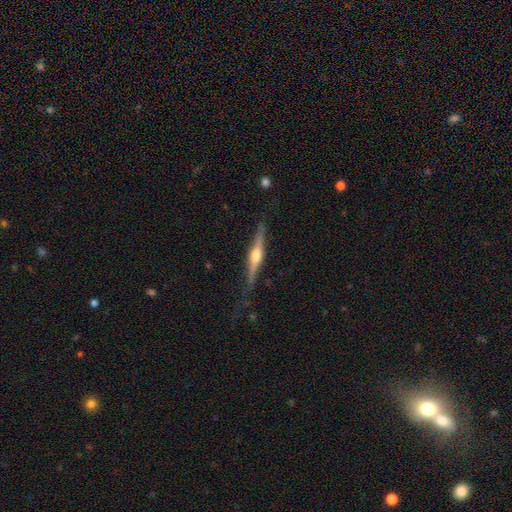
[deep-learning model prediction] smooth-or-featured: featured or disk: 75% | smooth: 20% | star or artifact: 5%
  disk-edge-on: yes: 97% | no: 3%
    edge-on-bulge: rounded: 91% | boxy: 5% | none: 3%
  merging: none: 80% | minor disturbance: 15% | major disturbance: 3% | merger: 2%